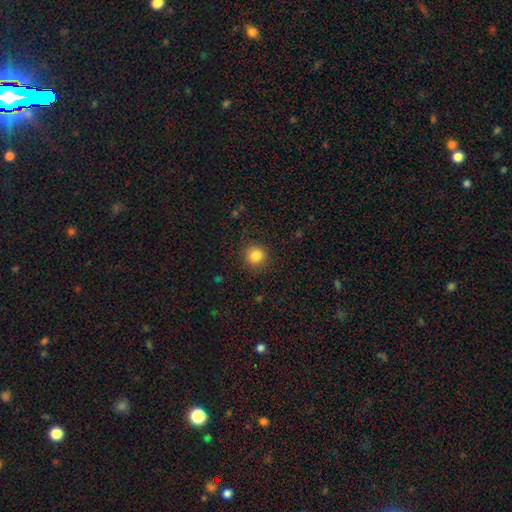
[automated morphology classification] The model was most divided on "smooth or featured": smooth: 84%, star or artifact: 11%, featured or disk: 5%. More confident: how rounded — round (90%); merging — none (89%).